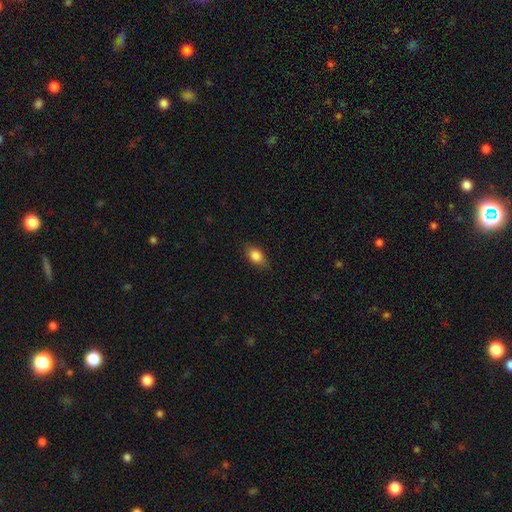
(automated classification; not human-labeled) Overall: smooth (85%). How rounded: in between (82%). Merging: none (82%).